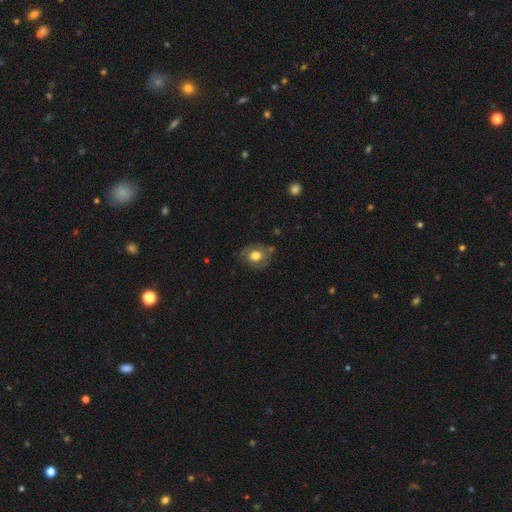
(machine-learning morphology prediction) This is likely a smooth galaxy (62%). How rounded: possibly round (56%). Merging: likely none (72%).